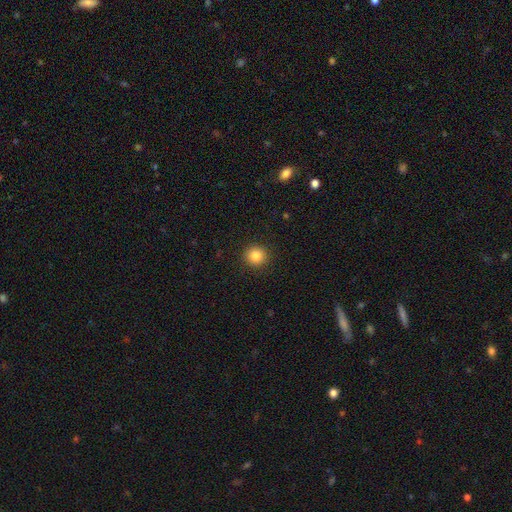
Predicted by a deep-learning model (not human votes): Q: Smooth or featured?
A: smooth (84%); runner-up: star or artifact (10%)
Q: How rounded?
A: round (93%); runner-up: in between (6%)
Q: Merging?
A: none (92%); runner-up: minor disturbance (5%)